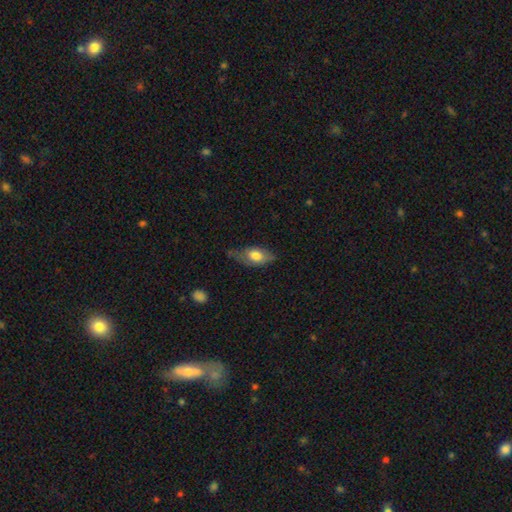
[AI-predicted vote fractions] Smooth or featured: smooth — 71% (featured or disk — 23%)
How rounded: in between — 87% (cigar-shaped — 8%)
Merging: none — 51% (minor disturbance — 34%)